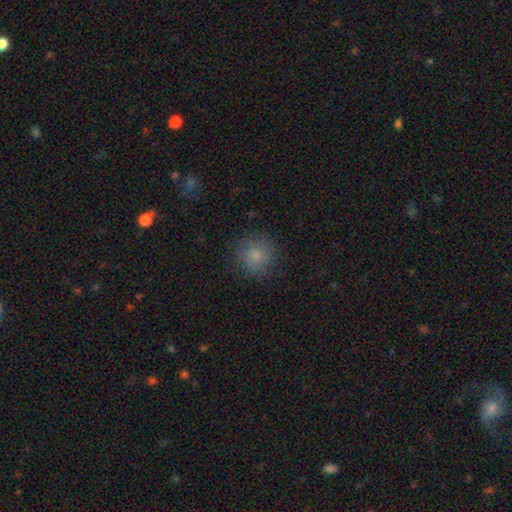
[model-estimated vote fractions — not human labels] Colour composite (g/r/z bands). It shows a smooth galaxy with no disk features (82%) that is round (94%). Merging: none (86%).